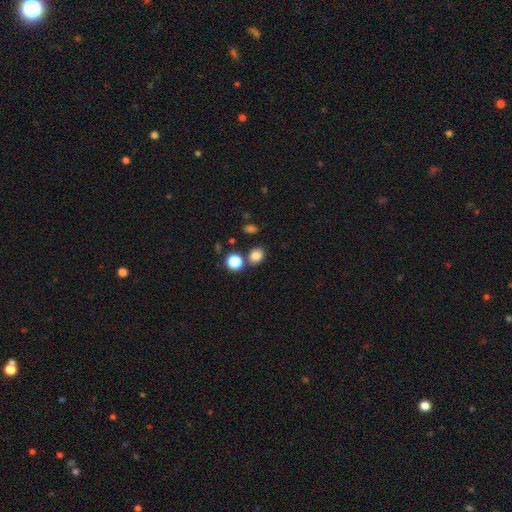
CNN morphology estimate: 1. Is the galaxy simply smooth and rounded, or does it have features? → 82% smooth, 13% star or artifact, 5% featured or disk.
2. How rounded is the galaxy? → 60% round, 39% in between, 1% cigar-shaped.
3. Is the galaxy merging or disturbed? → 74% none, 13% merger, 9% minor disturbance, 3% major disturbance.